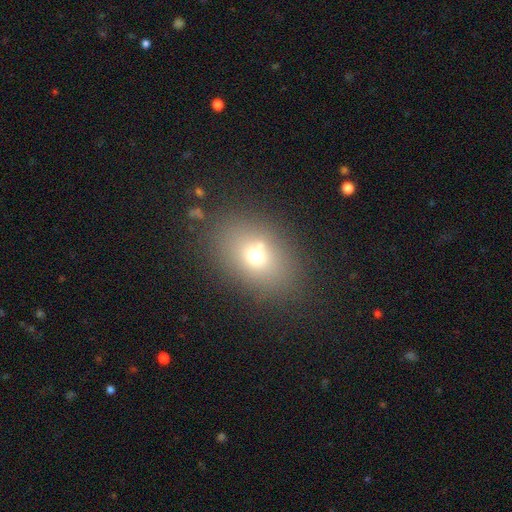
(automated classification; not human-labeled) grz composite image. It shows a smooth galaxy with no disk features (66%) that is in between round and cigar-shaped (70%). Merging: none (73%).